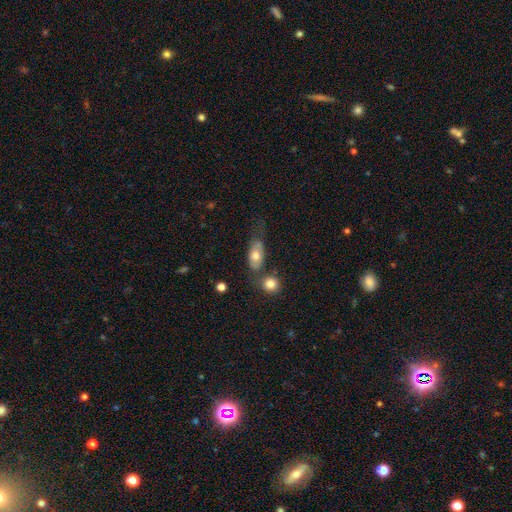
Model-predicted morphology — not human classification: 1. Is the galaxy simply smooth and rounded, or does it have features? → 68% smooth, 24% featured or disk, 7% star or artifact.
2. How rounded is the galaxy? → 84% in between, 9% round, 7% cigar-shaped.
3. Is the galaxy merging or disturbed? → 44% none, 22% minor disturbance, 21% merger, 13% major disturbance.